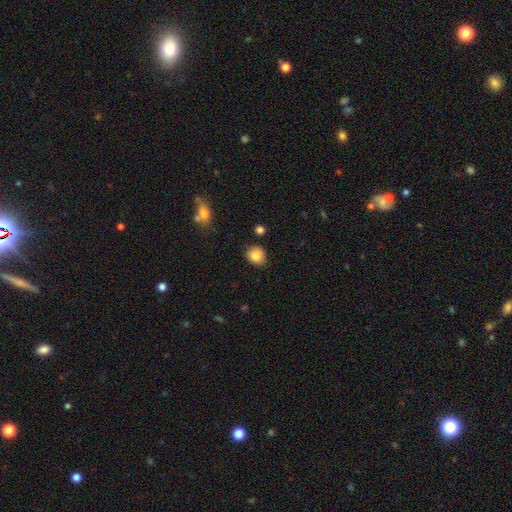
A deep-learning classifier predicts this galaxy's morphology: type=smooth (85%); roundness=round (75%); merging=none (83%).